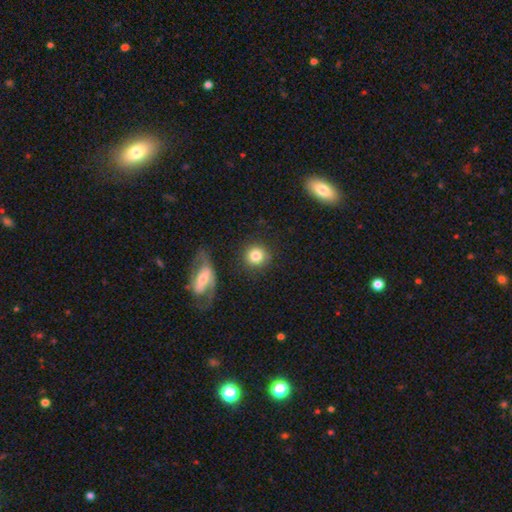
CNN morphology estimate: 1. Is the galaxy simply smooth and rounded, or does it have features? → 81% smooth, 11% featured or disk, 9% star or artifact.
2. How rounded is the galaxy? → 91% round, 7% in between, 1% cigar-shaped.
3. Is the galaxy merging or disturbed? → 81% none, 9% minor disturbance, 6% merger, 4% major disturbance.